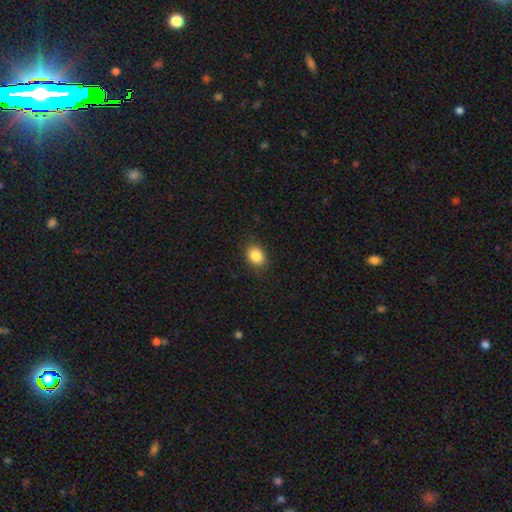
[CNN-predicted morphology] Smooth or featured: smooth — 86% (star or artifact — 9%)
How rounded: in between — 58% (round — 41%)
Merging: none — 87% (minor disturbance — 9%)